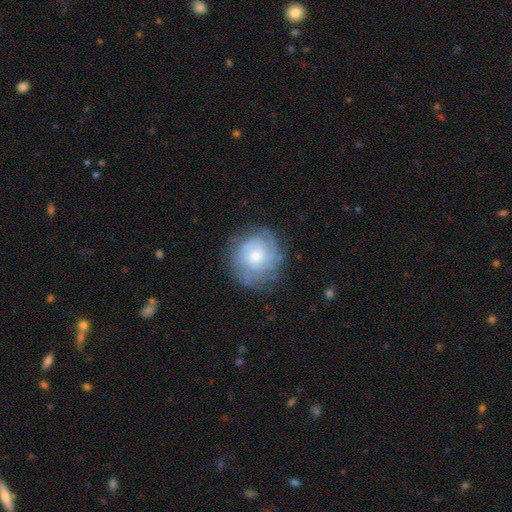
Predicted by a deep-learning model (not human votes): A featured or disk galaxy (67%) with no bar (74%), tight (63%) spiral arms (88%) and a moderate central bulge (47%). Merging: none (74%).